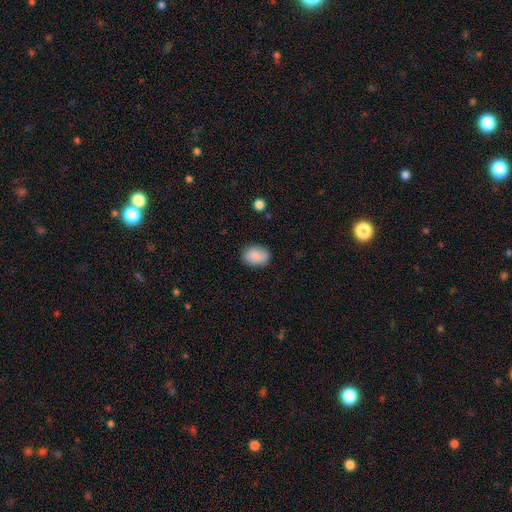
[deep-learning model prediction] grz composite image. It shows a smooth galaxy with no disk features (87%) that is in between round and cigar-shaped (74%). Merging: none (80%).